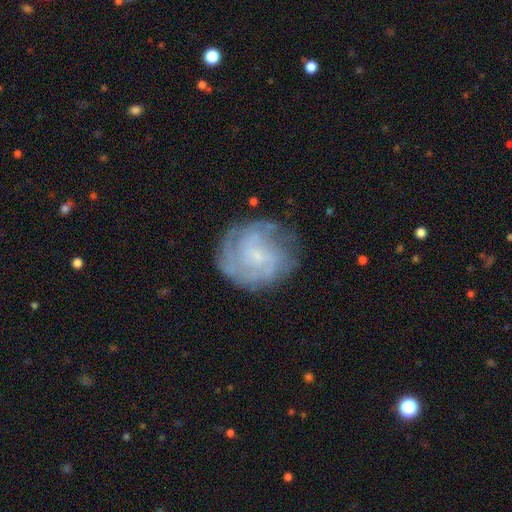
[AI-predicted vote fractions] Smooth or featured: featured or disk — 74% (smooth — 18%)
Edge-on disk: no — 98% (yes — 2%)
Bar: no — 61% (weak — 33%)
Spiral arms: yes — 90% (no — 10%)
Spiral winding: tight — 59% (medium — 31%)
Spiral arm count: can't tell — 40% (3 — 20%)
Bulge size: small — 67% (none — 16%)
Merging: none — 71% (minor disturbance — 18%)